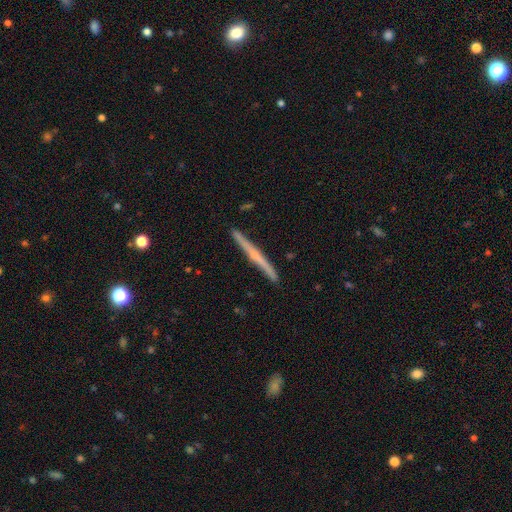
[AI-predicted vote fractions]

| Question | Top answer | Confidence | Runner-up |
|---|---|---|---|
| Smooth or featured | featured or disk | 65% | smooth (29%) |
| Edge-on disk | yes | 98% | no (2%) |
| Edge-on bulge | none | 52% | rounded (41%) |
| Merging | none | 91% | minor disturbance (7%) |